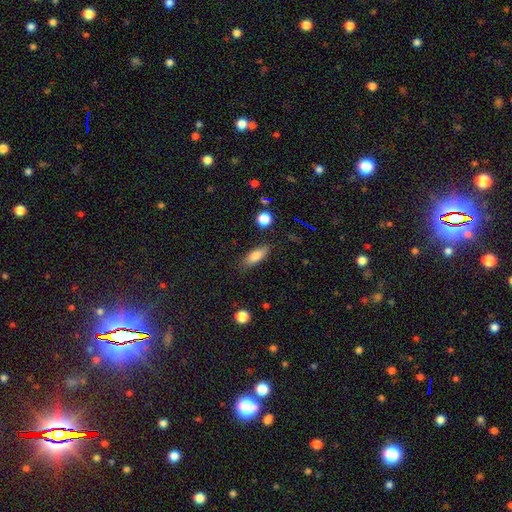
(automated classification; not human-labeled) Q: Smooth or featured?
A: smooth (79%); runner-up: featured or disk (13%)
Q: How rounded?
A: in between (71%); runner-up: cigar-shaped (25%)
Q: Merging?
A: none (81%); runner-up: minor disturbance (13%)